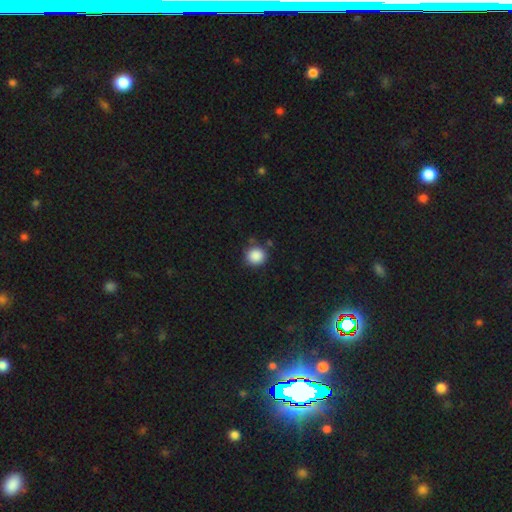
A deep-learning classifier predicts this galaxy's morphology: Smooth or featured?
  - smooth: 88% *
  - star or artifact: 9%
  - featured or disk: 3%
How rounded?
  - round: 92% *
  - in between: 7%
  - cigar-shaped: 1%
Merging?
  - none: 83% *
  - minor disturbance: 11%
  - merger: 4%
  - major disturbance: 3%